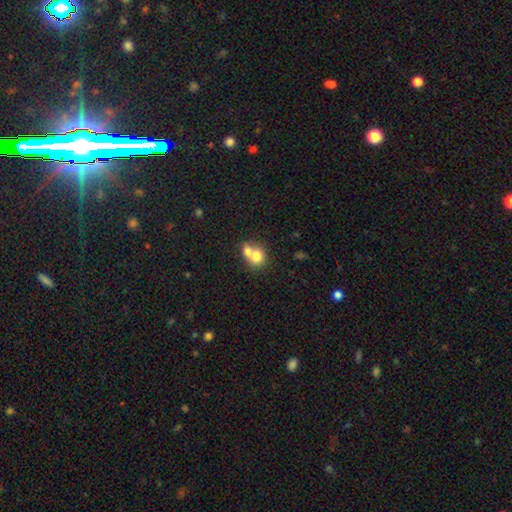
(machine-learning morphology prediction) This appears to be a smooth galaxy with no disk features (73%) that is round (66%). Merging: merger (68%).